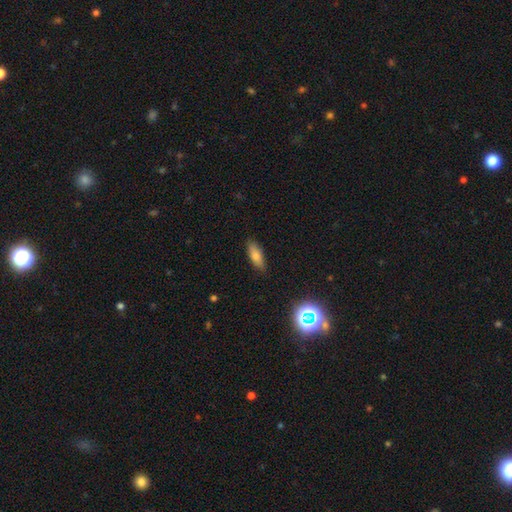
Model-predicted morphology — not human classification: A smooth galaxy with no disk features (76%) that is in between round and cigar-shaped (67%). Merging: none (85%).